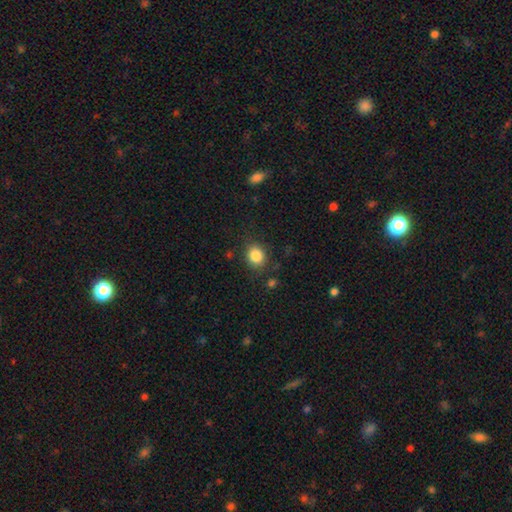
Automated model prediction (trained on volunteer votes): Q: Smooth or featured?
A: smooth (85%); runner-up: star or artifact (10%)
Q: How rounded?
A: round (68%); runner-up: in between (32%)
Q: Merging?
A: none (82%); runner-up: minor disturbance (12%)